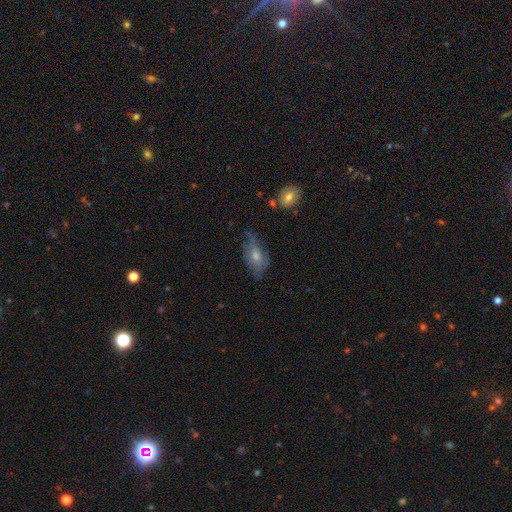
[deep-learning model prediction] Smooth or featured? featured or disk (51%)
Edge-on disk? no (81%)
Merging? none (59%)